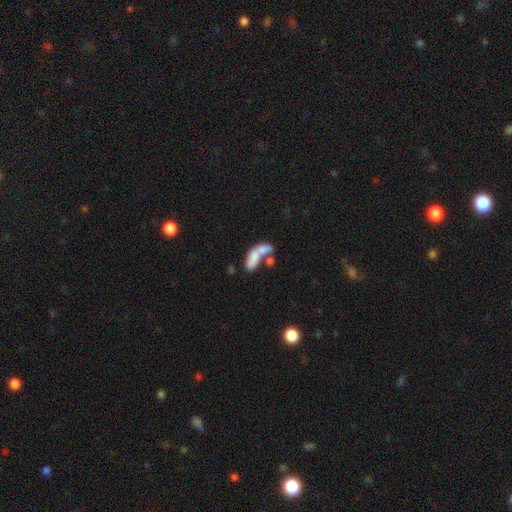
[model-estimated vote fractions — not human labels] Morphology: type=smooth (64%); roundness=in between (81%); merging=merger (64%).